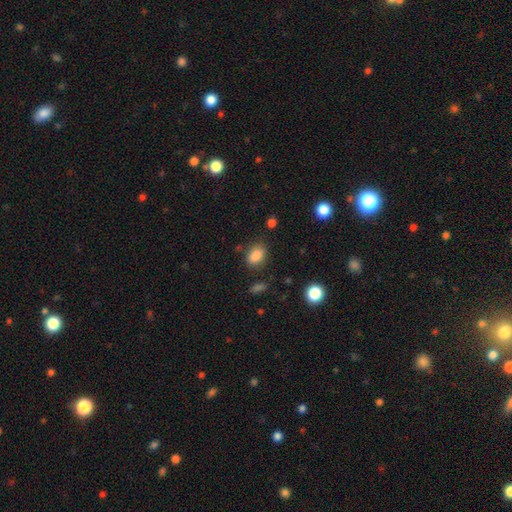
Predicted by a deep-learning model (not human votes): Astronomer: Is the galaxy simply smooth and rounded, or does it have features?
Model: smooth — 85%.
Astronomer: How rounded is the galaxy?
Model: in between — 77%.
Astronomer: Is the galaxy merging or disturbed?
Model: none — 77%.